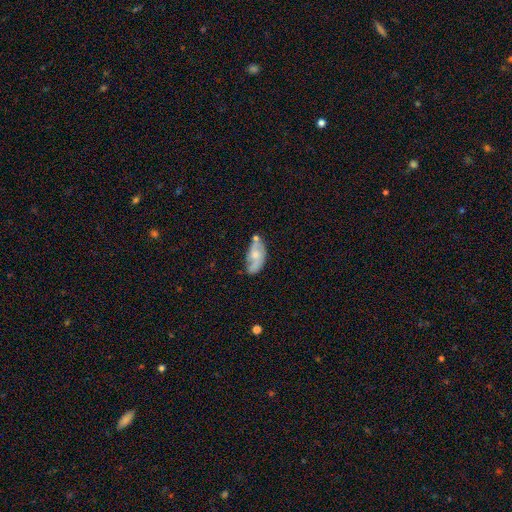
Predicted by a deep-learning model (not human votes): smooth-or-featured: featured or disk: 47% | smooth: 46% | star or artifact: 7%
  merging: none: 43% | minor disturbance: 29% | merger: 16% | major disturbance: 12%